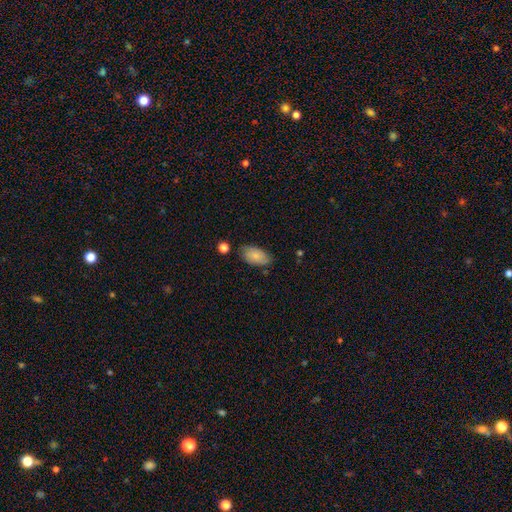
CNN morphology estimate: A smooth galaxy with no disk features (81%) that is in between round and cigar-shaped (93%).

Vote fractions:
- Smooth or featured? smooth: 81% / featured or disk: 12% / star or artifact: 7%
- How rounded? in between: 93% / round: 5% / cigar-shaped: 2%
- Merging? none: 73% / minor disturbance: 20% / major disturbance: 4% / merger: 3%